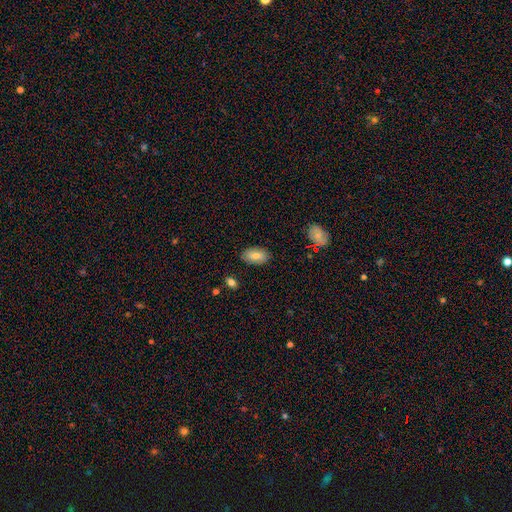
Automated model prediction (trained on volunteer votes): smooth_or_featured: smooth (p=0.77) [alt: featured or disk p=0.16]
how_rounded: in between (p=0.93) [alt: round p=0.04]
merging: none (p=0.86) [alt: minor disturbance p=0.11]